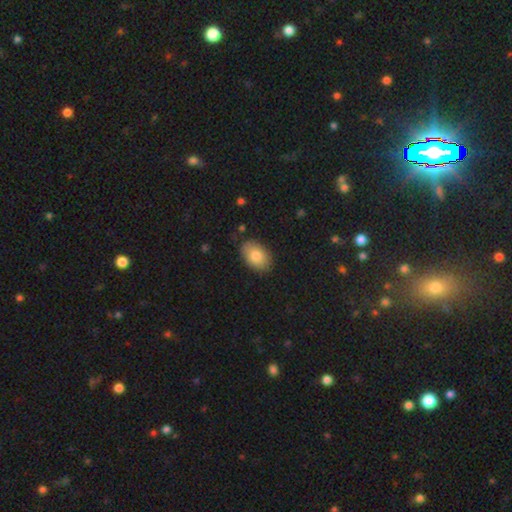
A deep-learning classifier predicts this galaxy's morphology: The model was most divided on "merging": none: 82%, minor disturbance: 14%, major disturbance: 3%, merger: 1%. More confident: how rounded — in between (89%); smooth or featured — smooth (82%).